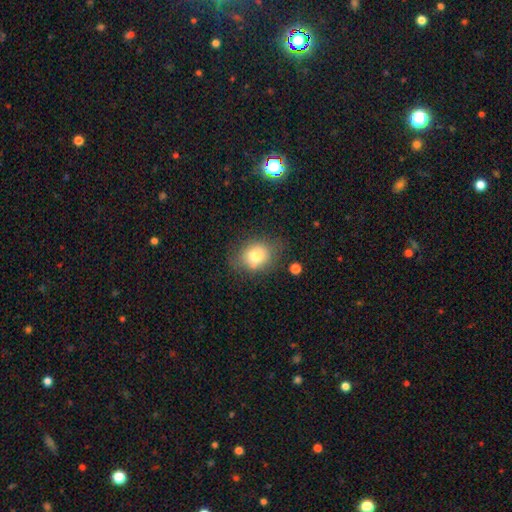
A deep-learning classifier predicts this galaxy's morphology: Smooth or featured? smooth (75%)
How rounded? round (57%)
Merging? none (66%)